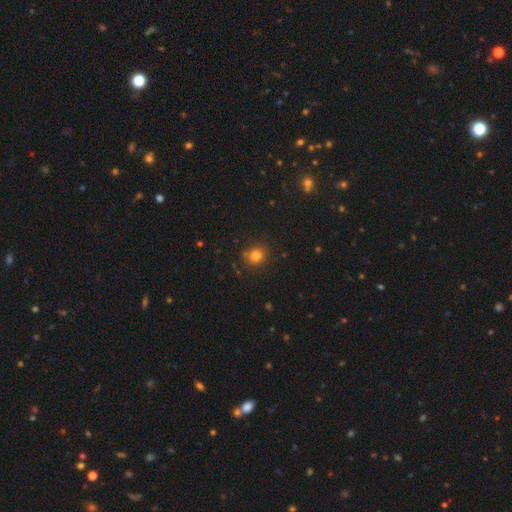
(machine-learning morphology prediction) A smooth galaxy with no disk features (80%) that is round (81%). Merging: none (83%).